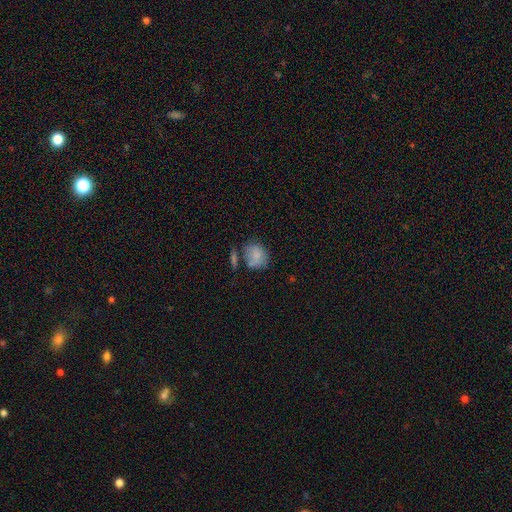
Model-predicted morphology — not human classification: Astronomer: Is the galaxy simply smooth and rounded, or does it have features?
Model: smooth — 78%.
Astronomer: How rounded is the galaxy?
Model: round — 53% (runner-up: in between, 45%).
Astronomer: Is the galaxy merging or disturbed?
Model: none — 51%.